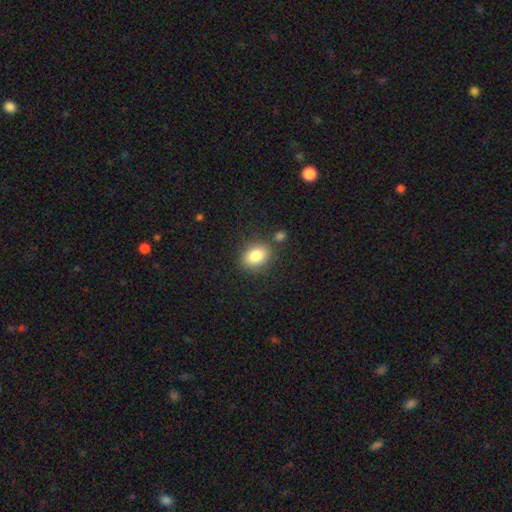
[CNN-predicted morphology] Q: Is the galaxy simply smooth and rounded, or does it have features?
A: smooth — 83%.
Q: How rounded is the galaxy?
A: in between — 69%.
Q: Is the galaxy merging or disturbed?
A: none — 78%.